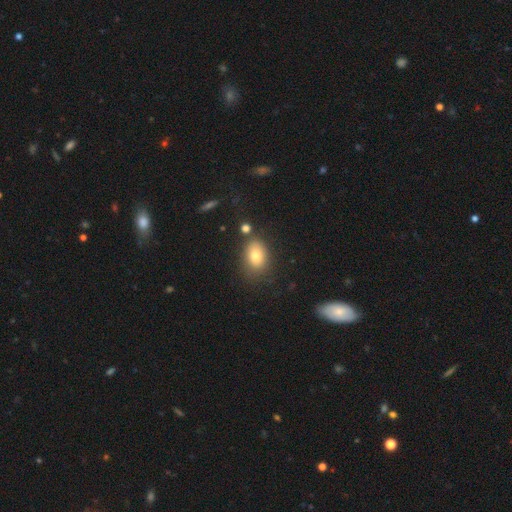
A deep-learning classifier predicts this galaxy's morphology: Q: Smooth or featured?
A: smooth (77%); runner-up: featured or disk (12%)
Q: How rounded?
A: in between (78%); runner-up: round (21%)
Q: Merging?
A: none (73%); runner-up: minor disturbance (15%)